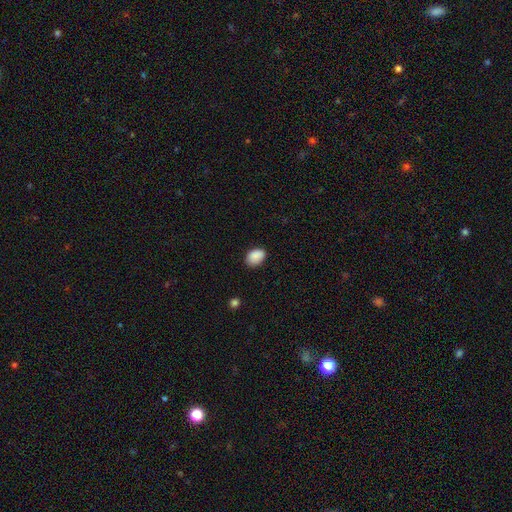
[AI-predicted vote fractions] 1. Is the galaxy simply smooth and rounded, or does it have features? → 88% smooth, 8% star or artifact, 4% featured or disk.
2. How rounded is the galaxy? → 78% in between, 21% round, 1% cigar-shaped.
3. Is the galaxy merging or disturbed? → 77% none, 18% minor disturbance, 3% major disturbance, 1% merger.